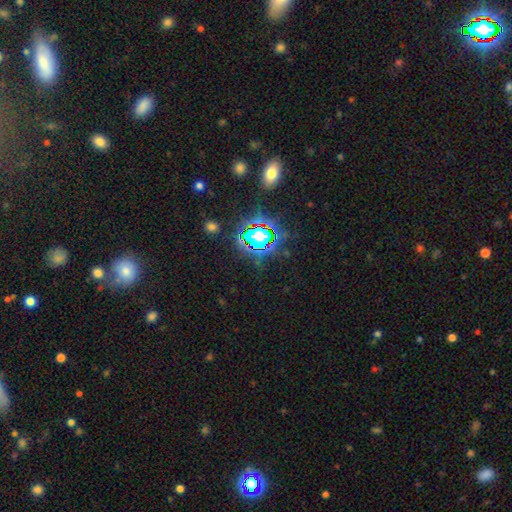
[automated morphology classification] smooth_or_featured: star or artifact (p=0.77) [alt: smooth p=0.14]